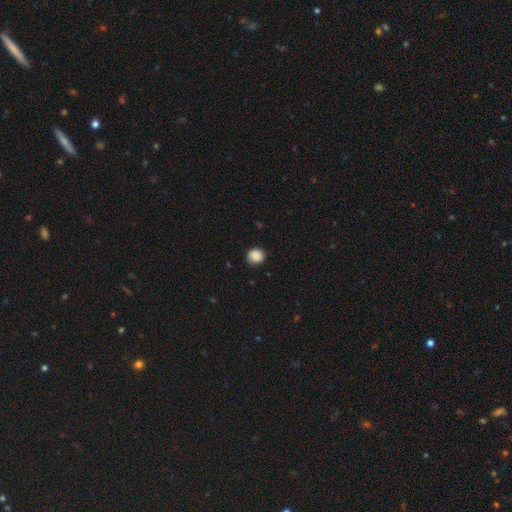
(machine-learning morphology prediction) Smooth or featured: smooth — 87% (star or artifact — 9%)
How rounded: round — 87% (in between — 12%)
Merging: none — 85% (minor disturbance — 12%)